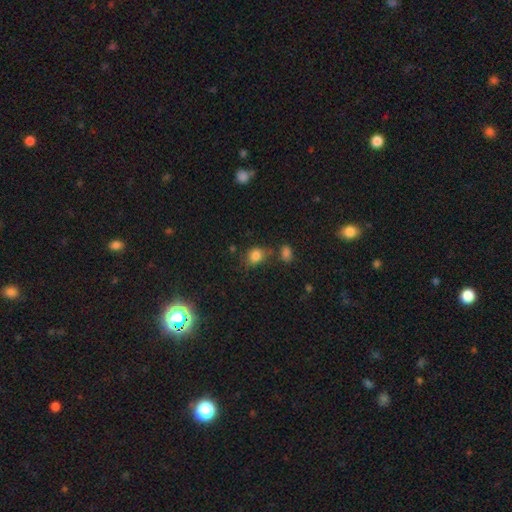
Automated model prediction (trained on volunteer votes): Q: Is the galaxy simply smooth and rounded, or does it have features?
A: smooth — 79%.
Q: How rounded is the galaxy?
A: in between — 52%.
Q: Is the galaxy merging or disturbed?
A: none — 58%.